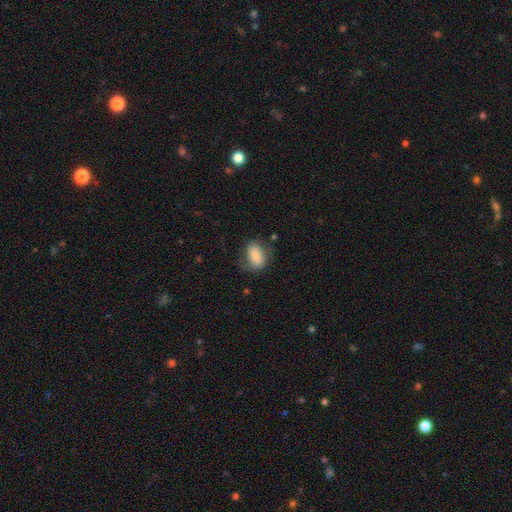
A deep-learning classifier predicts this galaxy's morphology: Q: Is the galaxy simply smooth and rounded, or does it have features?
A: smooth — 66%.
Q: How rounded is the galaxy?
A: in between — 81%.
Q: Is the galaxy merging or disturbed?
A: none — 57%.